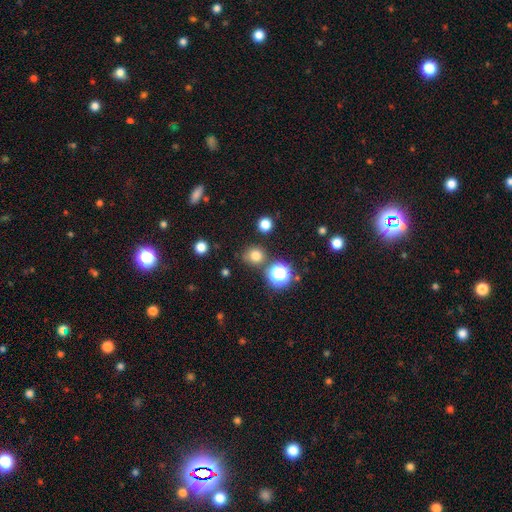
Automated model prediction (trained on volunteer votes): Smooth or featured? smooth (73%)
How rounded? round (86%)
Merging? none (78%)